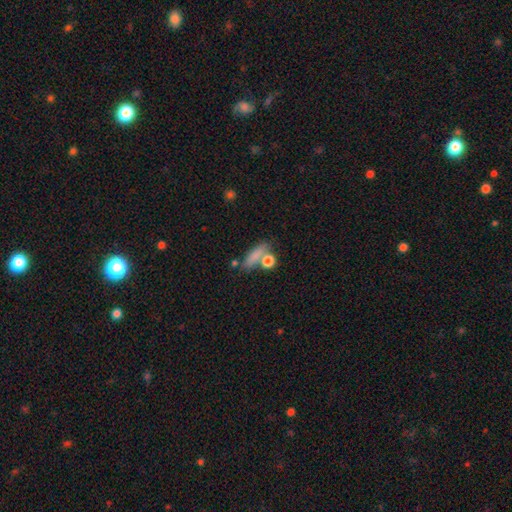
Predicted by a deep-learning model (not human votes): The model was most divided on "how rounded": cigar-shaped: 44%, in between: 41%, round: 15%. More confident: smooth or featured — smooth (78%); merging — none (59%).